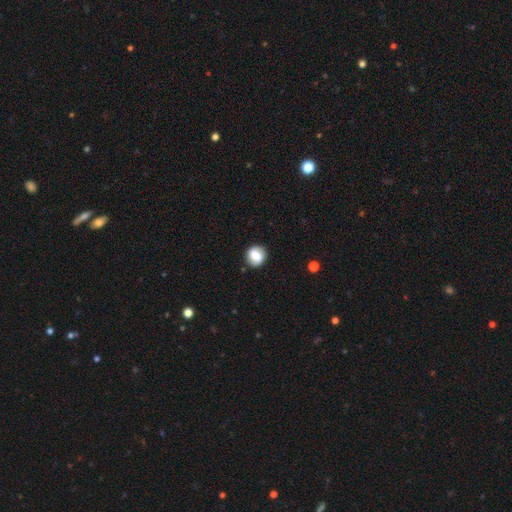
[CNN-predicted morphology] Smooth or featured? Predicted: smooth (p=0.66). How rounded? Predicted: round (p=0.80). Merging? Predicted: none (p=0.86).